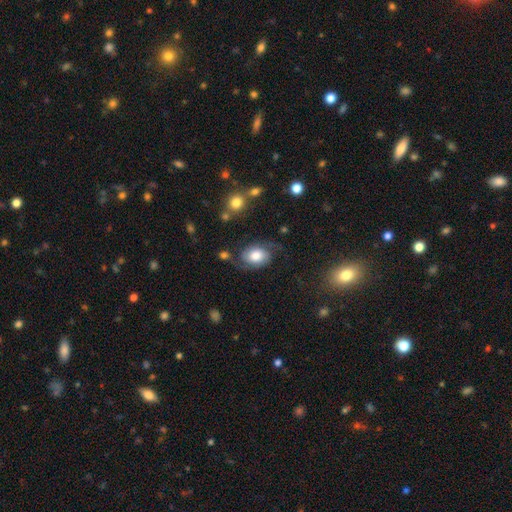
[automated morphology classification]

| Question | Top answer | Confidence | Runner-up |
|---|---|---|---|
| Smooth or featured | featured or disk | 59% | smooth (33%) |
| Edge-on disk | no | 97% | yes (3%) |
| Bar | no | 73% | weak (22%) |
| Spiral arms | yes | 88% | no (12%) |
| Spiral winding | medium | 41% | tied: loose (41%) |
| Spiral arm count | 2 | 90% | can't tell (4%) |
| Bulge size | moderate | 50% | large (33%) |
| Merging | none | 64% | minor disturbance (21%) |